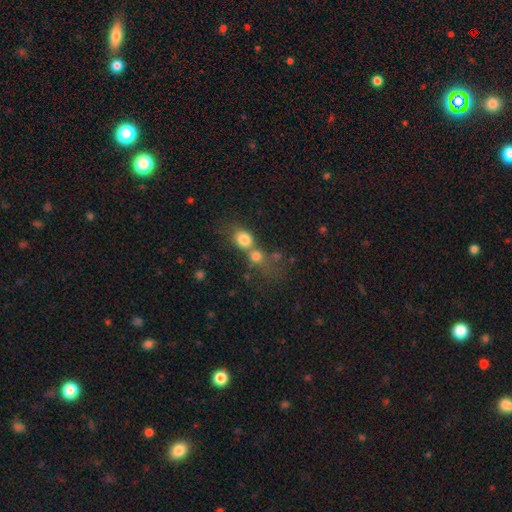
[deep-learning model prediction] Smooth or featured?
  - smooth: 69% *
  - star or artifact: 17%
  - featured or disk: 14%
How rounded?
  - round: 70% *
  - in between: 27%
  - cigar-shaped: 3%
Merging?
  - merger: 56% *
  - none: 30%
  - minor disturbance: 7%
  - major disturbance: 7%